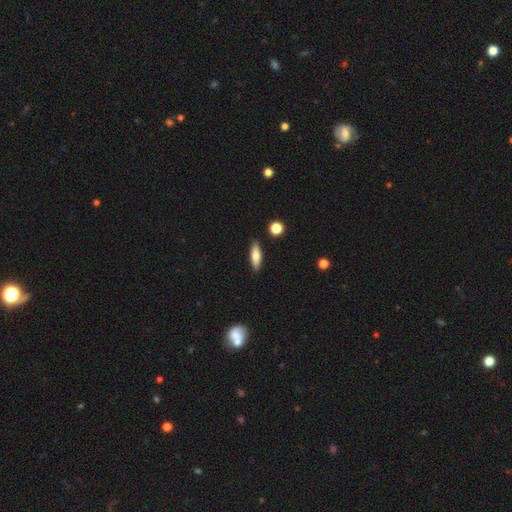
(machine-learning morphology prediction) A smooth galaxy with no disk features (67%) that is cigar-shaped (54%).

Vote fractions:
- Smooth or featured? smooth: 67% / featured or disk: 26% / star or artifact: 7%
- How rounded? cigar-shaped: 54% / in between: 43% / round: 3%
- Merging? none: 87% / minor disturbance: 9% / merger: 2% / major disturbance: 2%